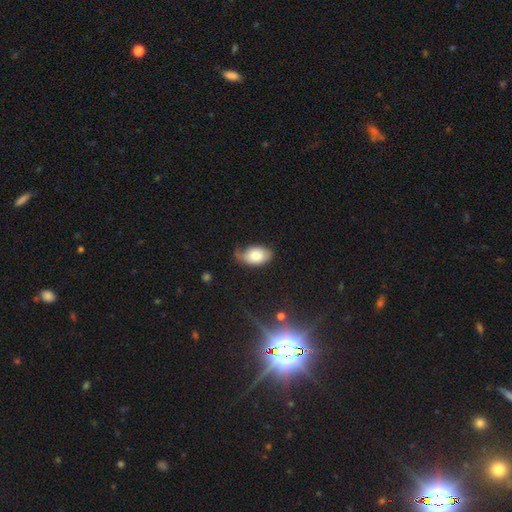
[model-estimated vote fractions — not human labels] Morphology: type=smooth (73%); roundness=in between (91%); merging=none (45%).